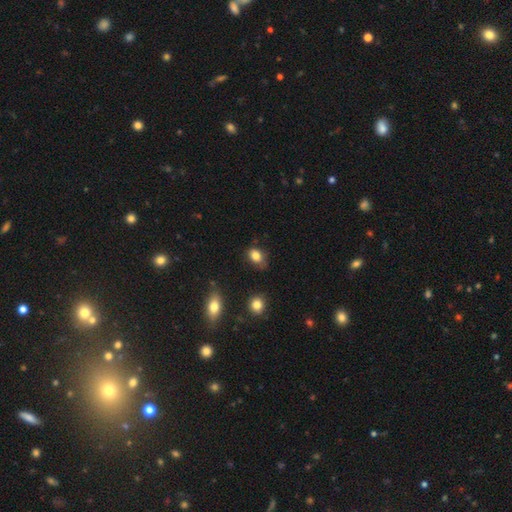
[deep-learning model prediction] A smooth galaxy with no disk features (83%) that is in between round and cigar-shaped (75%). Merging: none (64%).